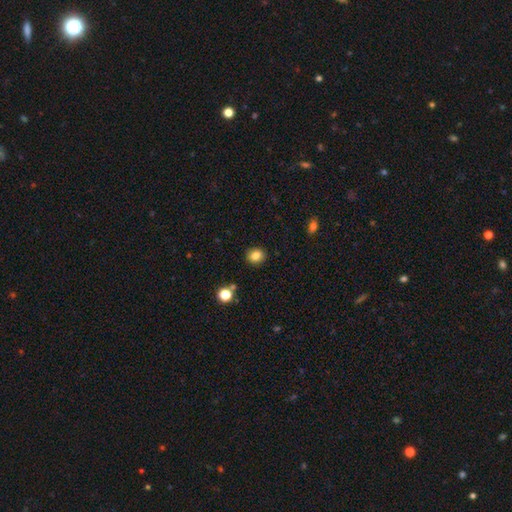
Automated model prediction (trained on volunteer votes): Q: Smooth or featured?
A: smooth (83%); runner-up: star or artifact (11%)
Q: How rounded?
A: round (74%); runner-up: in between (25%)
Q: Merging?
A: none (90%); runner-up: minor disturbance (7%)